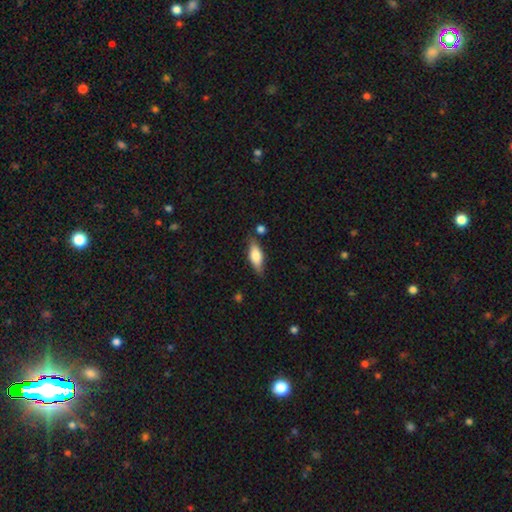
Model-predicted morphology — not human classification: type=smooth (67%); roundness=in between (68%); merging=none (75%).